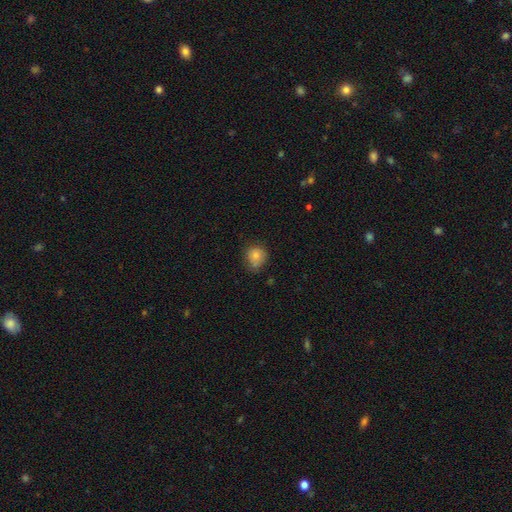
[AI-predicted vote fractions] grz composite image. It shows a smooth galaxy with no disk features (81%) that is round (81%). Merging: none (65%).